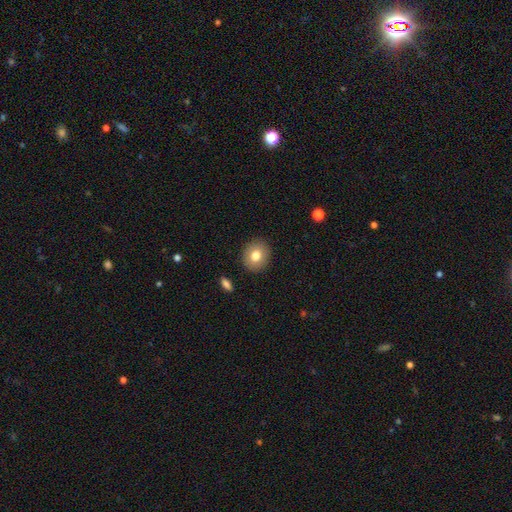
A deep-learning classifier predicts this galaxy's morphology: This appears to be a smooth galaxy with no disk features (77%) that is round (73%). Merging: none (90%).